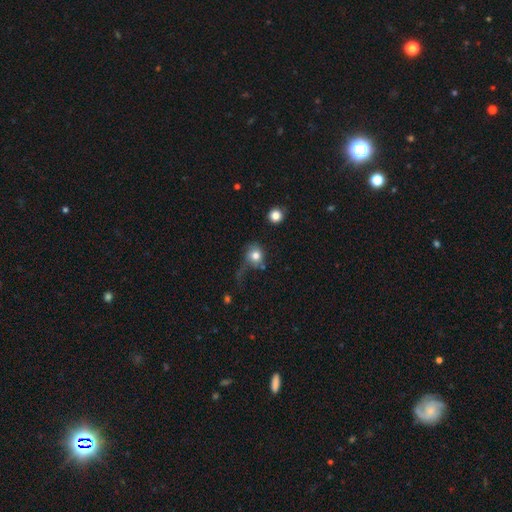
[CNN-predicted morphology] This is likely a smooth galaxy (77%). How rounded: clearly round (82%). Merging: marginally none (43%).